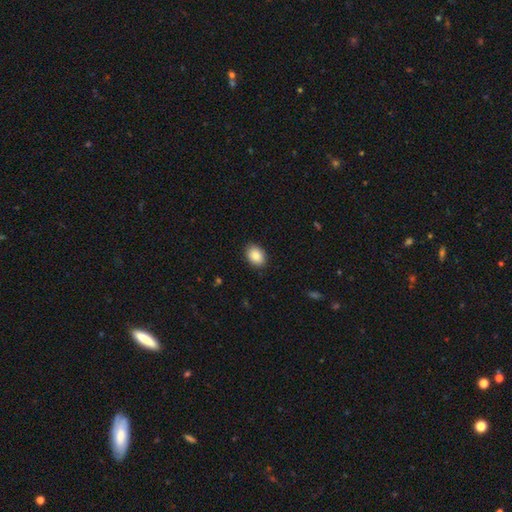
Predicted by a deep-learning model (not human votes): Smooth or featured?
  - smooth: 87% *
  - star or artifact: 8%
  - featured or disk: 6%
How rounded?
  - in between: 73% *
  - round: 26%
  - cigar-shaped: 1%
Merging?
  - none: 89% *
  - minor disturbance: 8%
  - major disturbance: 2%
  - merger: 1%